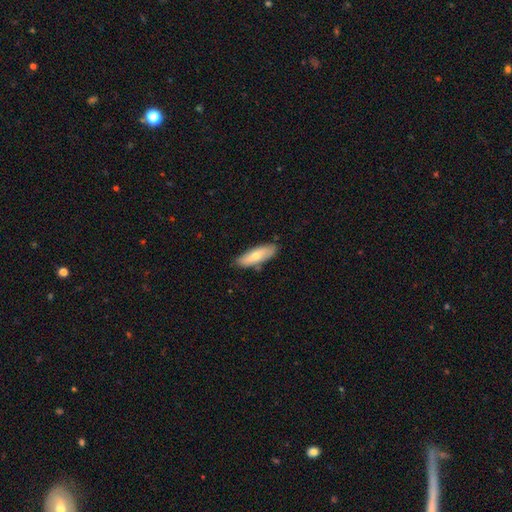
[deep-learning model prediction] Q: Smooth or featured?
A: smooth (65%); runner-up: featured or disk (29%)
Q: How rounded?
A: in between (54%); runner-up: cigar-shaped (44%)
Q: Merging?
A: none (82%); runner-up: minor disturbance (14%)